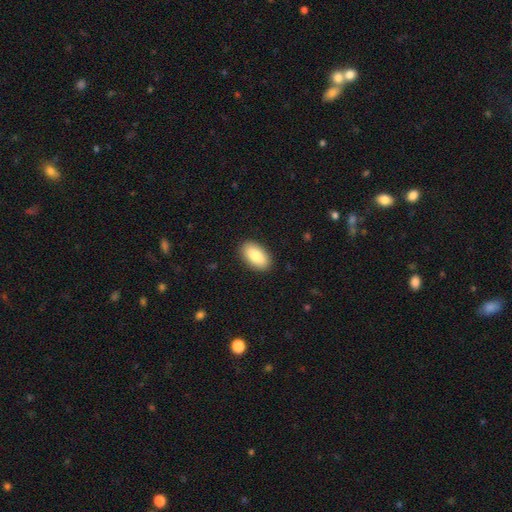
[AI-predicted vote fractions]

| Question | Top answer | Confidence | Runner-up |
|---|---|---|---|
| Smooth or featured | smooth | 86% | featured or disk (8%) |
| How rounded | in between | 94% | round (3%) |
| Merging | none | 89% | minor disturbance (8%) |